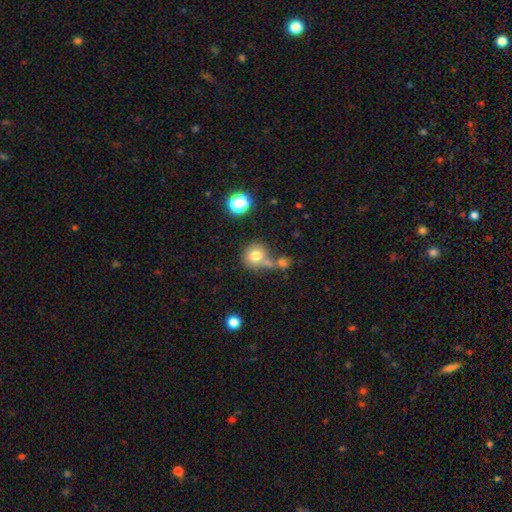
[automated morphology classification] type=smooth (76%); roundness=round (86%); merging=none (53%).